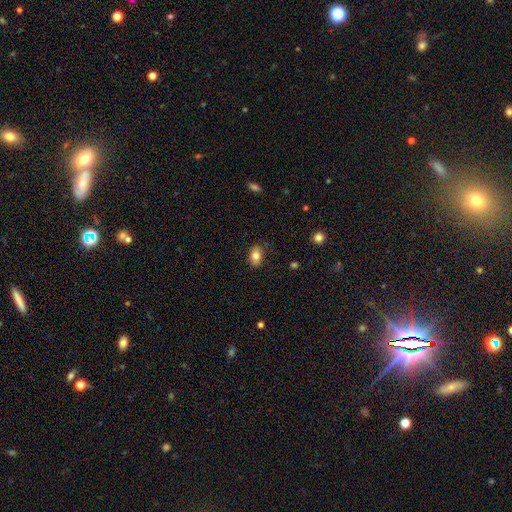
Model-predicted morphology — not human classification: A smooth galaxy with no disk features (81%) that is in between round and cigar-shaped (83%). Merging: none (83%).